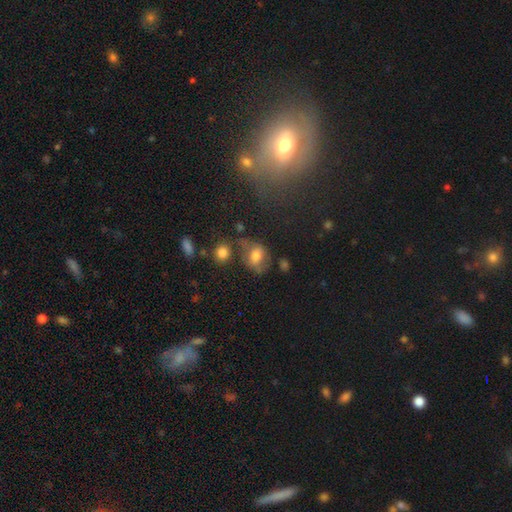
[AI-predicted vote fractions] smooth 65%, featured or disk 23%, star or artifact 12%. Down the decision tree: how rounded — in between (62%); merging — none (44%).